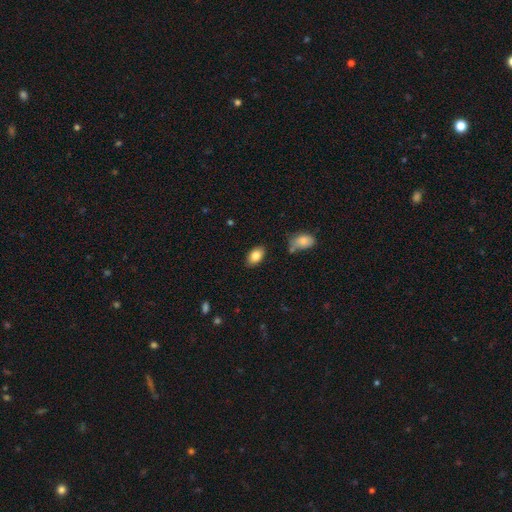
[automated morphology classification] Smooth or featured? Predicted: smooth (p=0.83). How rounded? Predicted: in between (p=0.92). Merging? Predicted: none (p=0.83).